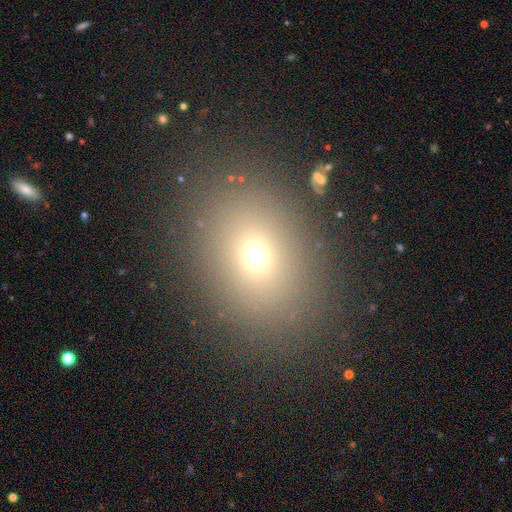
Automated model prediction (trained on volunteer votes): A smooth galaxy with no disk features (67%) that is in between round and cigar-shaped (56%).

Vote fractions:
- Smooth or featured? smooth: 67% / star or artifact: 21% / featured or disk: 11%
- How rounded? in between: 56% / round: 42% / cigar-shaped: 1%
- Merging? none: 86% / minor disturbance: 8% / major disturbance: 4% / merger: 2%